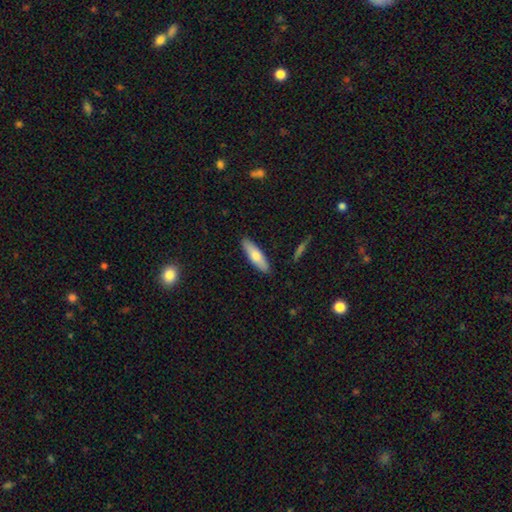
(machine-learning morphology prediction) Smooth or featured? Predicted: smooth (p=0.68). How rounded? Predicted: cigar-shaped (p=0.56). Merging? Predicted: none (p=0.89).